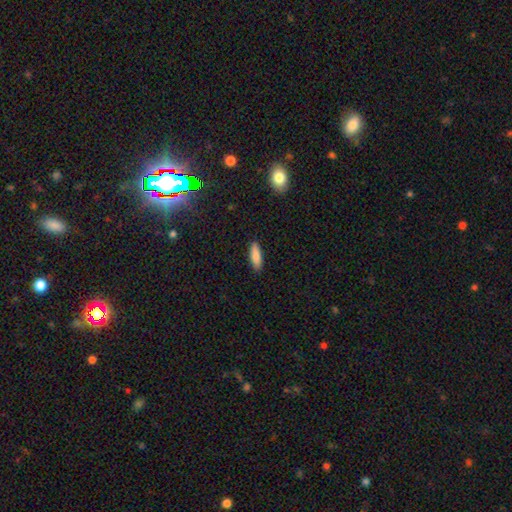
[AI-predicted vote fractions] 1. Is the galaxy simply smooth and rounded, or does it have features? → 87% smooth, 7% featured or disk, 6% star or artifact.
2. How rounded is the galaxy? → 53% cigar-shaped, 45% in between, 2% round.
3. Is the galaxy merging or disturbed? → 89% none, 8% minor disturbance, 2% major disturbance, 1% merger.